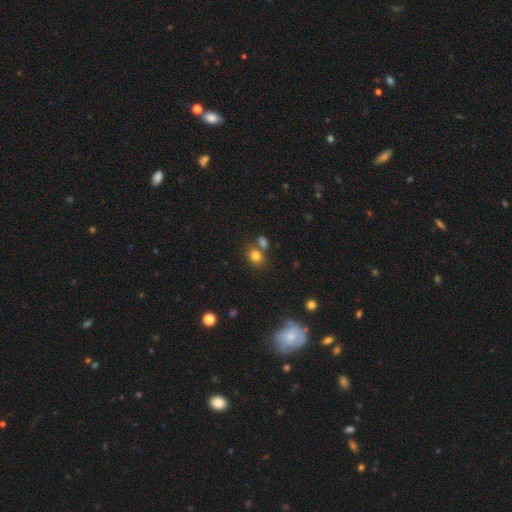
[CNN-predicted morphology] A smooth galaxy with no disk features (79%) that is round (50%). Merging: none (55%).